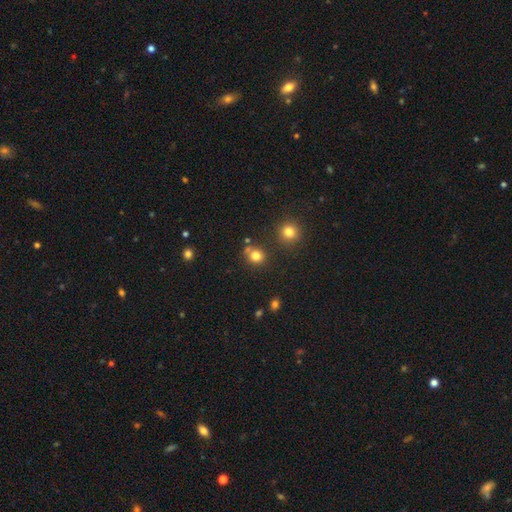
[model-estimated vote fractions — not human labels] Smooth or featured? smooth (79%)
How rounded? round (82%)
Merging? none (72%)